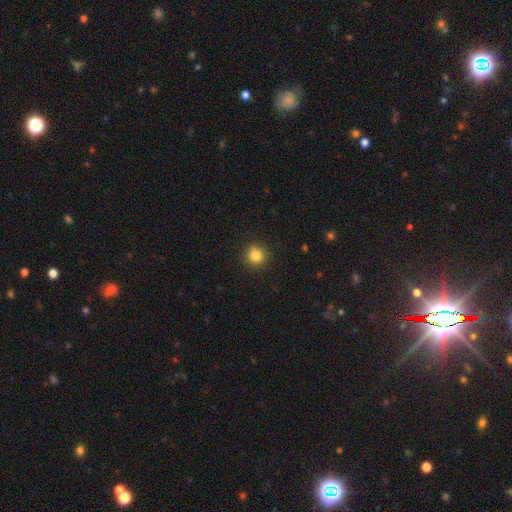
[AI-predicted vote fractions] The model was most divided on "smooth or featured": smooth: 82%, star or artifact: 12%, featured or disk: 6%. More confident: how rounded — round (89%); merging — none (87%).